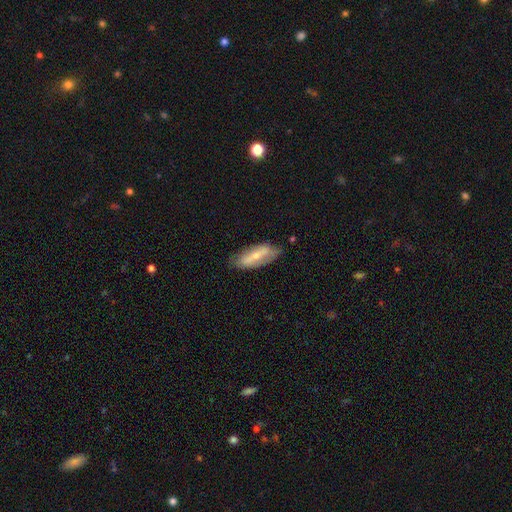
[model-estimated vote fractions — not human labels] Smooth or featured?
  - featured or disk: 55% *
  - smooth: 38%
  - star or artifact: 6%
Edge-on disk?
  - no: 81% *
  - yes: 19%
Merging?
  - none: 71% *
  - minor disturbance: 21%
  - major disturbance: 6%
  - merger: 2%